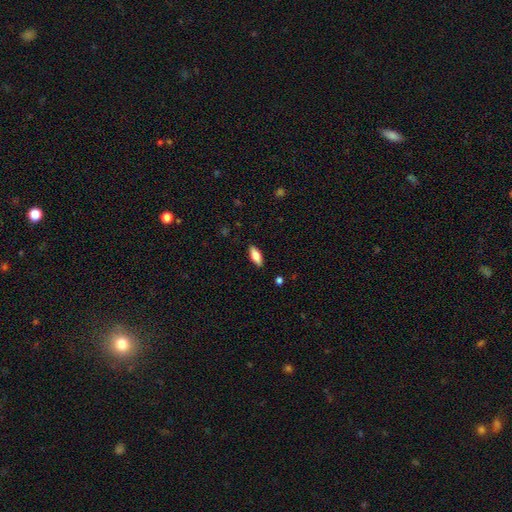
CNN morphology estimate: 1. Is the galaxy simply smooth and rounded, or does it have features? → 76% smooth, 18% featured or disk, 6% star or artifact.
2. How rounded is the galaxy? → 75% in between, 23% cigar-shaped, 2% round.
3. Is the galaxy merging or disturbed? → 88% none, 9% minor disturbance, 2% major disturbance, 1% merger.